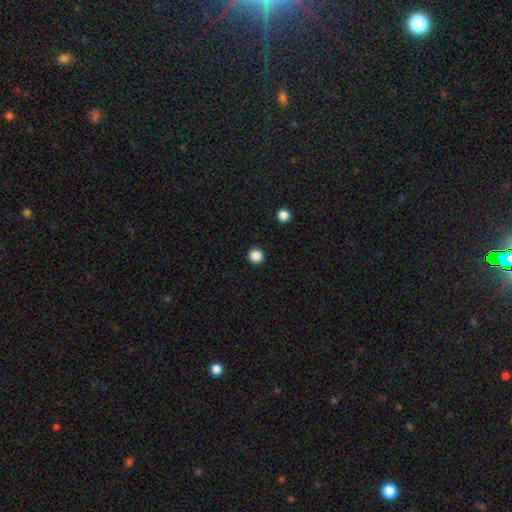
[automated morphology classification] Q: Smooth or featured?
A: smooth (86%); runner-up: star or artifact (11%)
Q: How rounded?
A: round (96%); runner-up: in between (3%)
Q: Merging?
A: none (93%); runner-up: minor disturbance (4%)